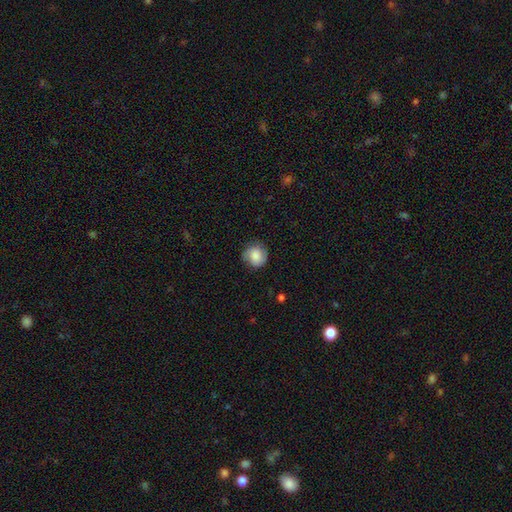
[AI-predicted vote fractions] smooth_or_featured: smooth (p=0.66) [alt: featured or disk p=0.26]
how_rounded: round (p=0.86) [alt: in between p=0.13]
merging: none (p=0.78) [alt: minor disturbance p=0.16]